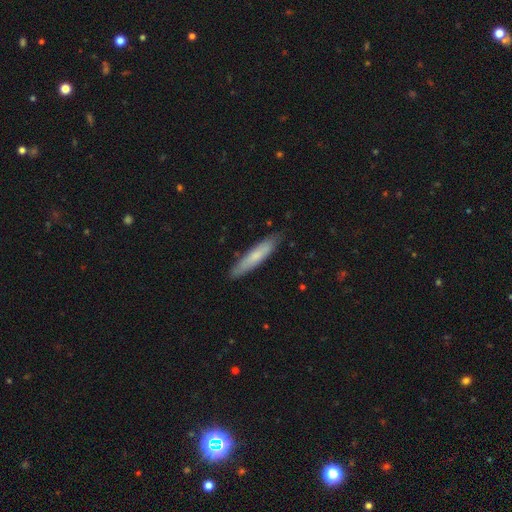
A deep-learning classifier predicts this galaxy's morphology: Smooth or featured?
  - smooth: 69% *
  - featured or disk: 25%
  - star or artifact: 6%
How rounded?
  - cigar-shaped: 89% *
  - in between: 9%
  - round: 1%
Merging?
  - none: 86% *
  - minor disturbance: 11%
  - major disturbance: 2%
  - merger: 1%